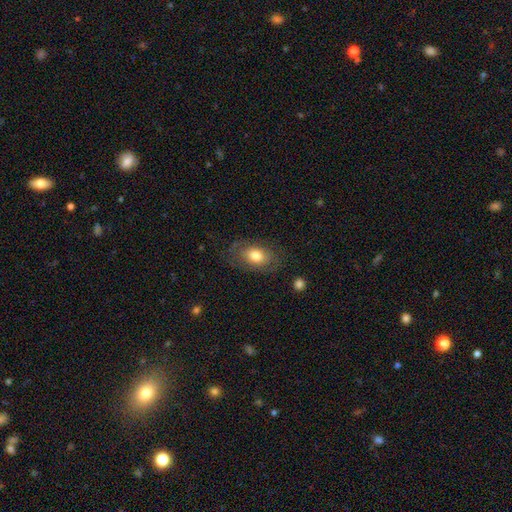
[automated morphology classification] This appears to be a smooth galaxy with no disk features (65%) that is in between round and cigar-shaped (86%). Merging: none (74%).